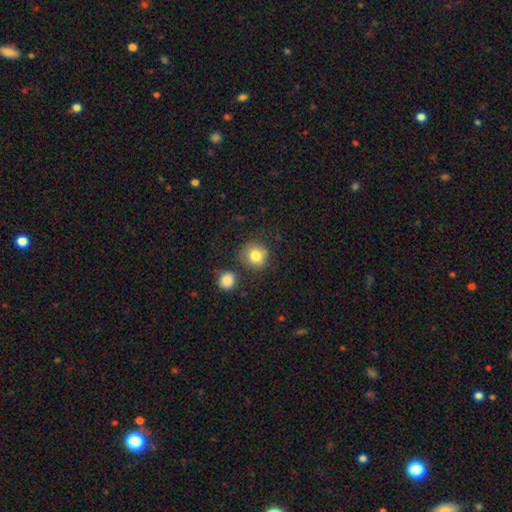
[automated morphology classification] Smooth or featured? smooth (81%)
How rounded? round (88%)
Merging? none (77%)